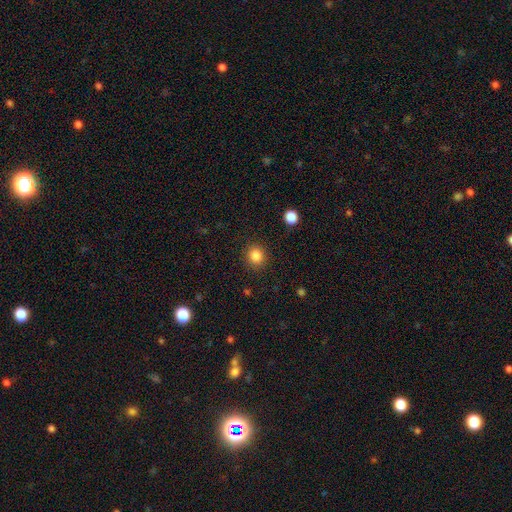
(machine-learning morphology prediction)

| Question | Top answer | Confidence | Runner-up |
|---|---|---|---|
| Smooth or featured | smooth | 85% | star or artifact (11%) |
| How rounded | round | 86% | in between (13%) |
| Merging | none | 90% | minor disturbance (6%) |